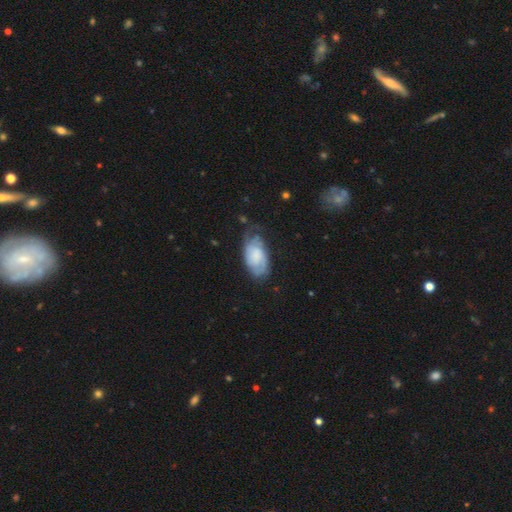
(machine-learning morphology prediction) This is possibly a featured or disk galaxy (54%). It is clearly not viewed edge-on (96%). Bar: likely no (71%). Spiral arm pattern: clearly yes (84%). Central bulge: marginally none (30%). Merging: possibly none (50%).